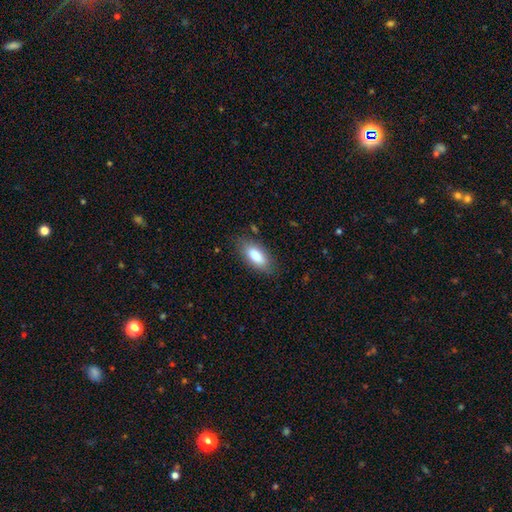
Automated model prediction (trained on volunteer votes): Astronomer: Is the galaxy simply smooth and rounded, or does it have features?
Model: smooth — 85%.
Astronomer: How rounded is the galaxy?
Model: in between — 85%.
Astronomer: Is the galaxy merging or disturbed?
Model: none — 81%.